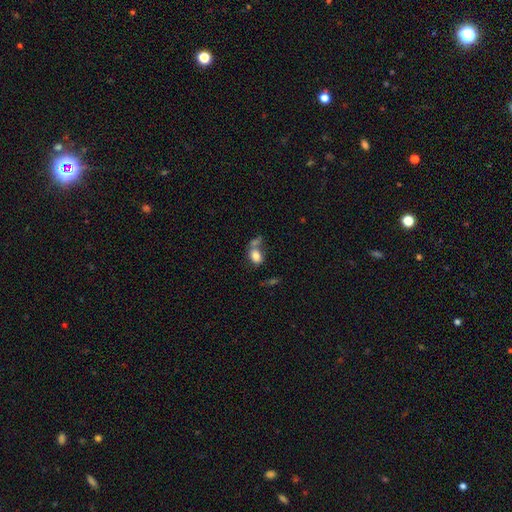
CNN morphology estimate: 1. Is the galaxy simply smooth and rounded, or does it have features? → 81% smooth, 10% featured or disk, 9% star or artifact.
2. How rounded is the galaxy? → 79% in between, 19% round, 2% cigar-shaped.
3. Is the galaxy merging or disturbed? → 41% merger, 36% none, 13% minor disturbance, 9% major disturbance.